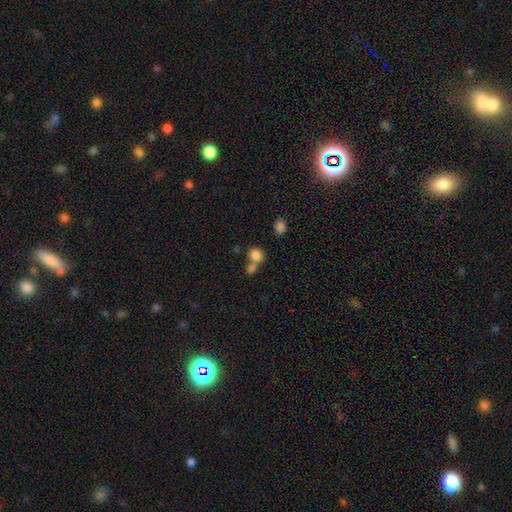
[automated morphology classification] smooth-or-featured: smooth: 82% | star or artifact: 11% | featured or disk: 7%
  how-rounded: round: 67% | in between: 32% | cigar-shaped: 1%
  merging: merger: 47% | none: 41% | minor disturbance: 8% | major disturbance: 4%